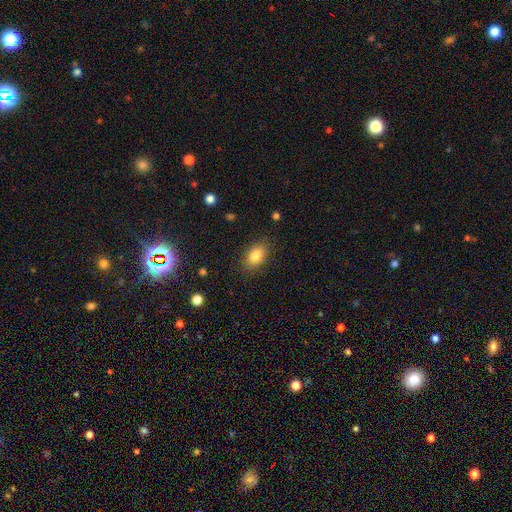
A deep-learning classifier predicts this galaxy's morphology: This appears to be a smooth galaxy with no disk features (83%) that is in between round and cigar-shaped (87%). Merging: none (85%).